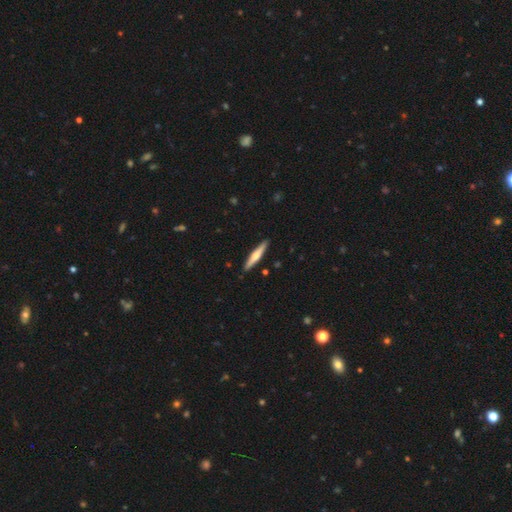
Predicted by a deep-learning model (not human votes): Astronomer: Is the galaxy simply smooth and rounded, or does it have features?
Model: featured or disk — 54% (runner-up: smooth, 41%).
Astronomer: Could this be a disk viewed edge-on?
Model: yes — 96%.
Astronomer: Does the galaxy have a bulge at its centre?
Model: rounded — 86%.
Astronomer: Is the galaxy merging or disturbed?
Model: none — 90%.